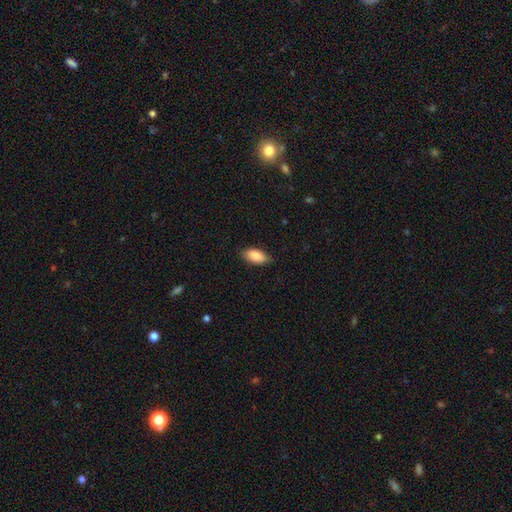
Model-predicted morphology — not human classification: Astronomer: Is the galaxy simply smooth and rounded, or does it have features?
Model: smooth — 88%.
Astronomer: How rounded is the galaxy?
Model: in between — 92%.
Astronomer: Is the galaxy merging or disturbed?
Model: none — 82%.